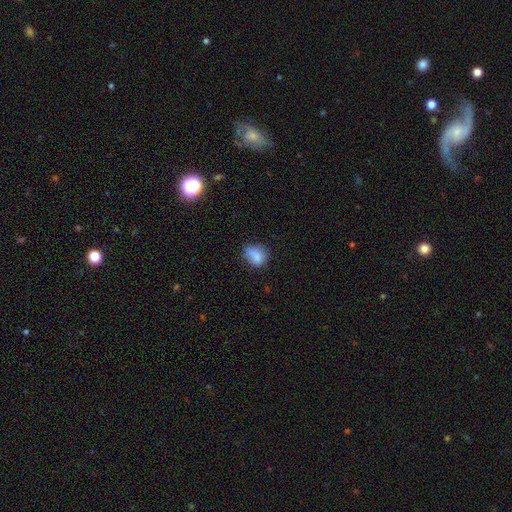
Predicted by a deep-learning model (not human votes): The model was most divided on "how rounded": in between: 57%, round: 42%, cigar-shaped: 2%. More confident: smooth or featured — smooth (81%); merging — none (54%).